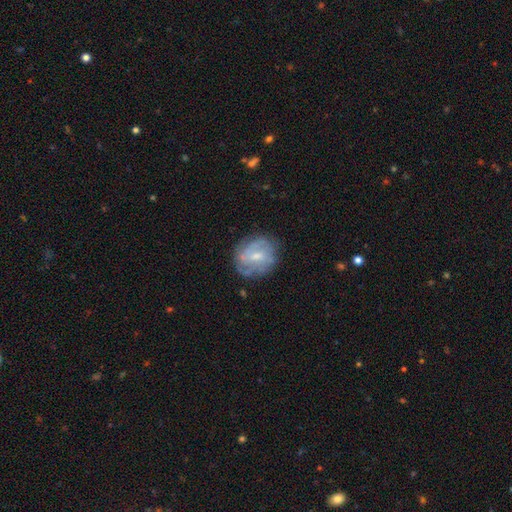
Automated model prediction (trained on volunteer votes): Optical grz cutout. It shows a featured or disk galaxy (63%) with a weak bar (54%), spiral arms (75%) and a small central bulge (49%). Merging: none (71%).